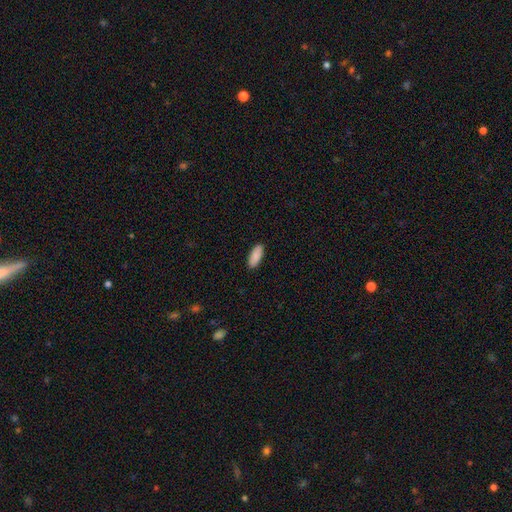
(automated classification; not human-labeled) smooth_or_featured: smooth (p=0.90) [alt: star or artifact p=0.06]
how_rounded: in between (p=0.79) [alt: cigar-shaped p=0.19]
merging: none (p=0.90) [alt: minor disturbance p=0.07]